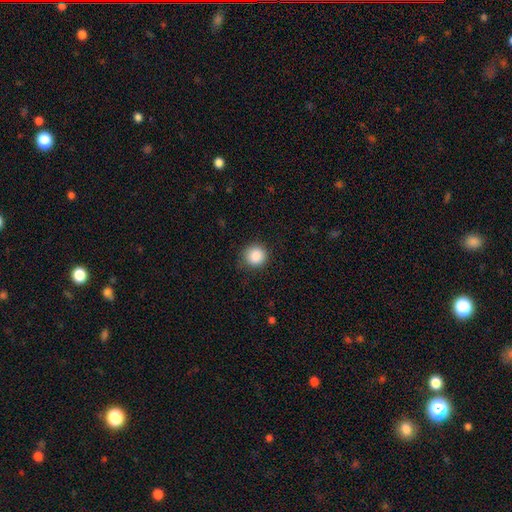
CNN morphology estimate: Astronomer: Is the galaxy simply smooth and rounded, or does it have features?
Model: smooth — 87%.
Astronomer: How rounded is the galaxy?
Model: round — 92%.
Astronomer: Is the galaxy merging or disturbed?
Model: none — 85%.